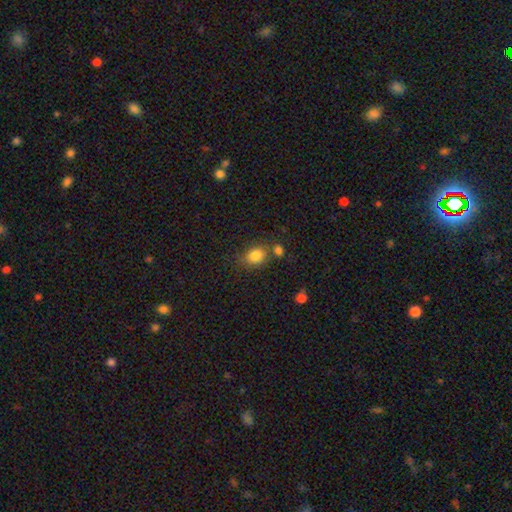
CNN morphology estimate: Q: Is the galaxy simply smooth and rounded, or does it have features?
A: smooth — 83%.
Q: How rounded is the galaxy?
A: in between — 54%.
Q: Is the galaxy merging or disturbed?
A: none — 64%.